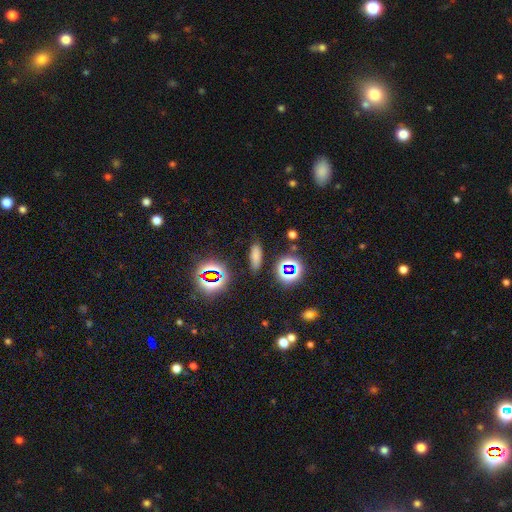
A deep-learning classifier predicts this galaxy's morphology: Smooth or featured? smooth (66%)
How rounded? in between (63%)
Merging? none (82%)